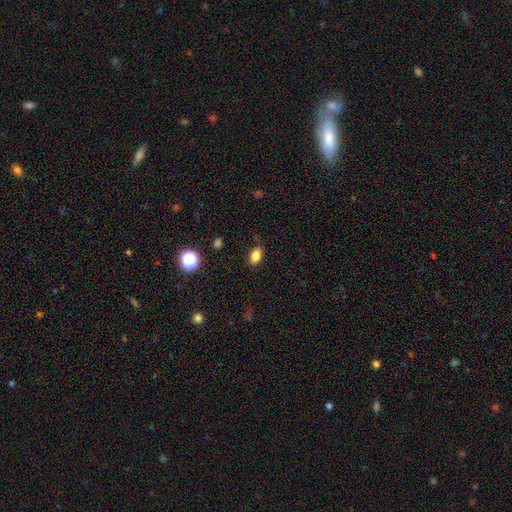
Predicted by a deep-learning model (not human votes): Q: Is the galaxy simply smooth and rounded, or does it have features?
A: smooth — 83%.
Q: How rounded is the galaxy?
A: in between — 86%.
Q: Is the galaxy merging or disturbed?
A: none — 85%.